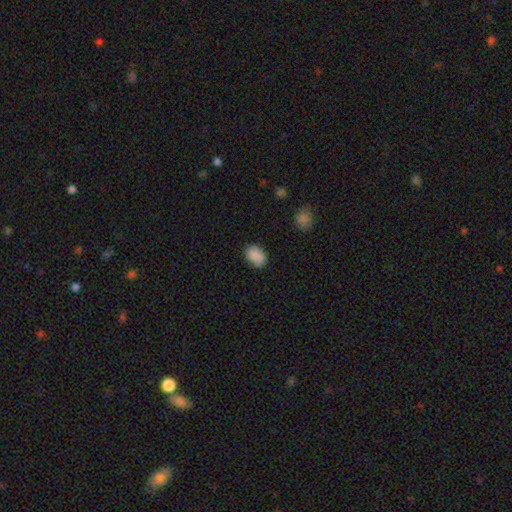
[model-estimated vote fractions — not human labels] smooth_or_featured: smooth (p=0.89) [alt: star or artifact p=0.08]
how_rounded: in between (p=0.77) [alt: round p=0.22]
merging: none (p=0.83) [alt: minor disturbance p=0.13]